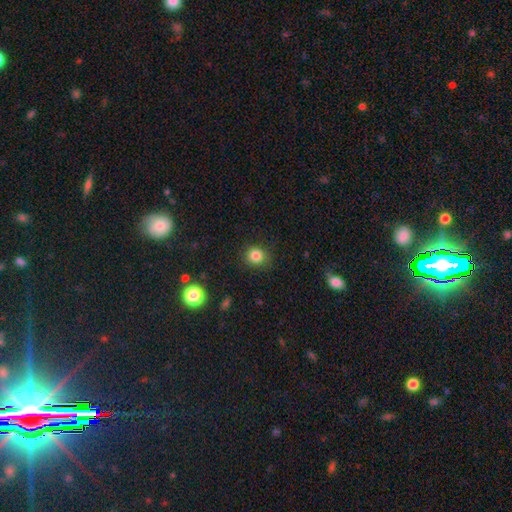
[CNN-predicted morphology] type=smooth (83%); roundness=round (84%); merging=none (86%).